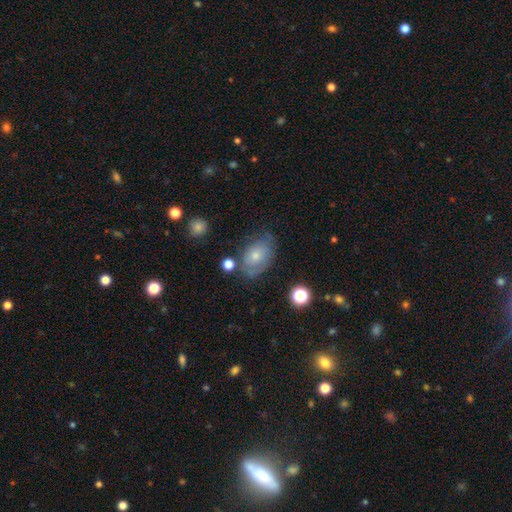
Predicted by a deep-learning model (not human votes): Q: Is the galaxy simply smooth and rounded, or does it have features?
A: smooth — 62%.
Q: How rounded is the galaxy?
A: in between — 83%.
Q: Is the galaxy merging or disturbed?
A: none — 59%.